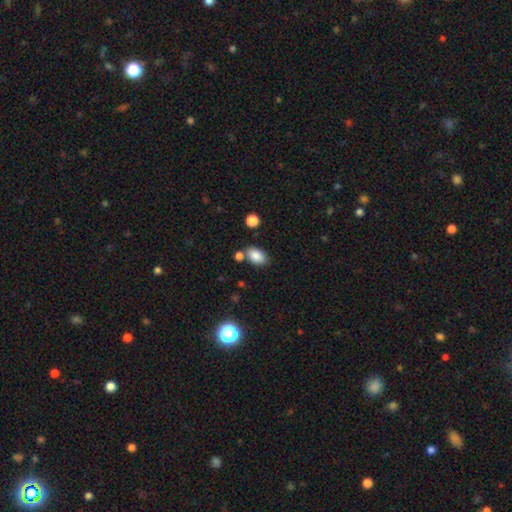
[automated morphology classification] smooth 85%, star or artifact 9%, featured or disk 6%. Down the decision tree: how rounded — in between (88%); merging — none (73%).